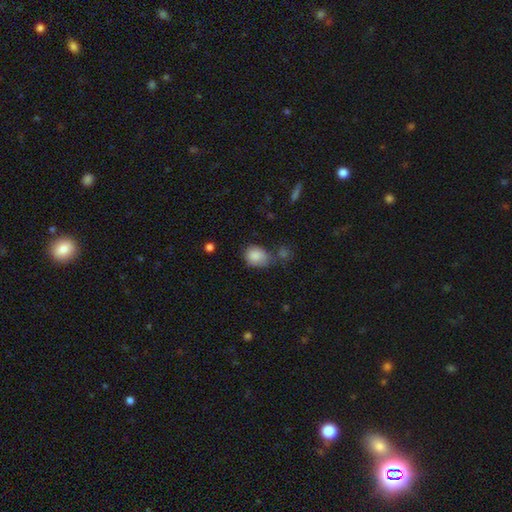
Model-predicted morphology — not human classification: A smooth galaxy with no disk features (86%) that is in between round and cigar-shaped (50%). Merging: none (52%).